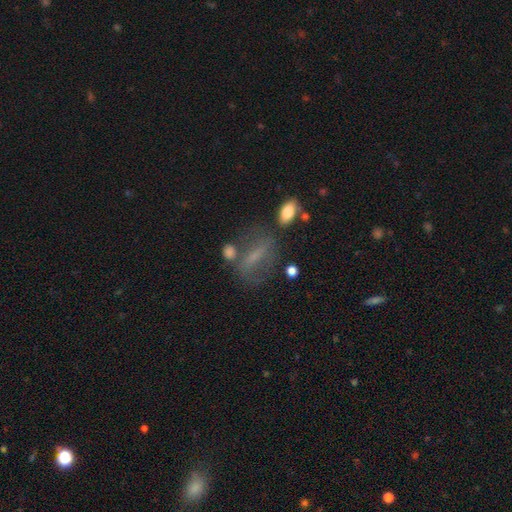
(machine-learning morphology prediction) smooth 43%, featured or disk 41%, star or artifact 16%. Down the decision tree: merging — none (51%).